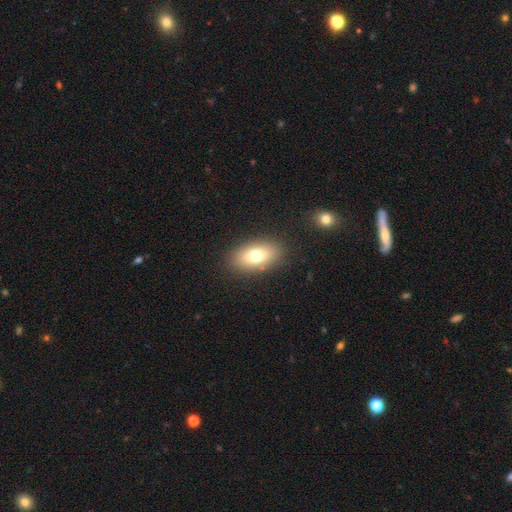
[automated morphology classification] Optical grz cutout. It shows a smooth galaxy with no disk features (73%) that is in between round and cigar-shaped (89%). Merging: none (86%).